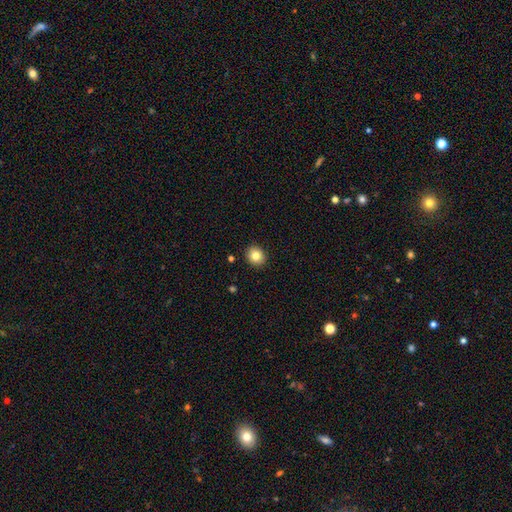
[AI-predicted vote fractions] This is clearly a smooth galaxy (82%). How rounded: clearly round (84%). Merging: clearly none (92%).